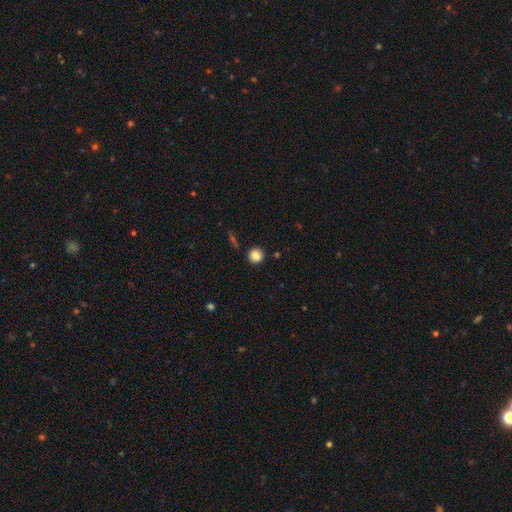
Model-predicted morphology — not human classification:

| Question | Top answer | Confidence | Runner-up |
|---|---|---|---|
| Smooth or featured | smooth | 85% | star or artifact (10%) |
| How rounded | round | 93% | in between (6%) |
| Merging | none | 90% | minor disturbance (6%) |